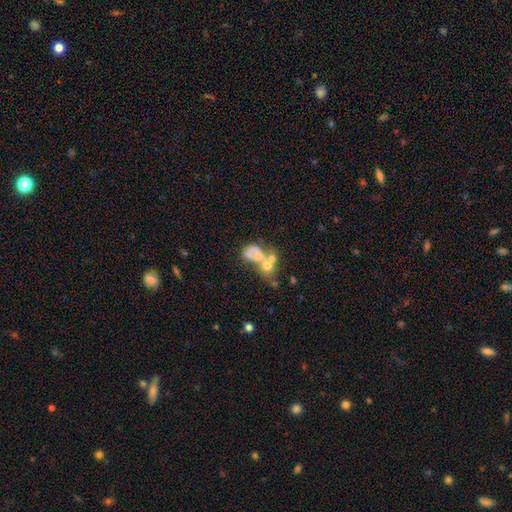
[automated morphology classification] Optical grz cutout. It shows a featured or disk galaxy (47%). Merging: merger (59%).